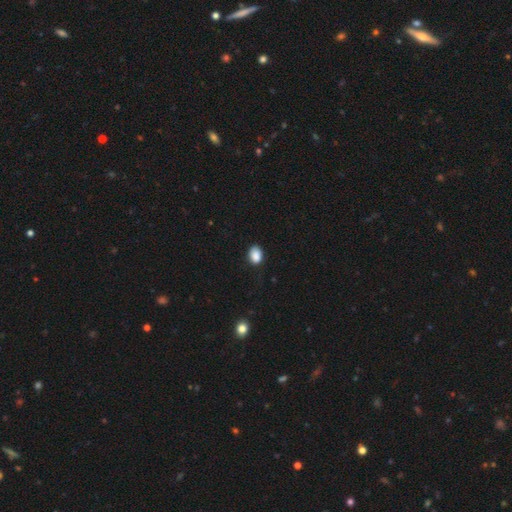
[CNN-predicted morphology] The model was most divided on "how rounded": in between: 73%, round: 26%, cigar-shaped: 1%. More confident: smooth or featured — smooth (88%); merging — none (76%).